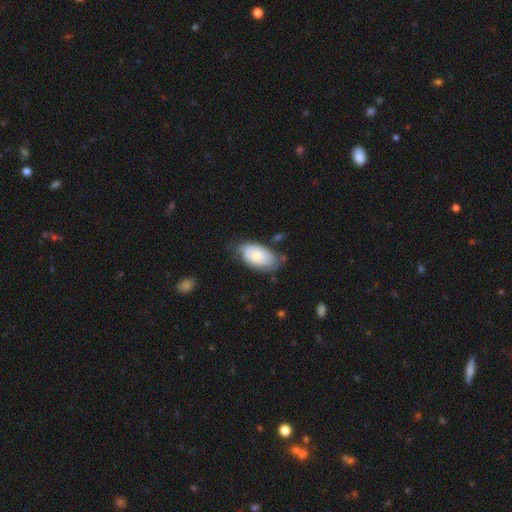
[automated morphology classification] Q: Smooth or featured?
A: smooth (62%); runner-up: featured or disk (32%)
Q: How rounded?
A: in between (94%); runner-up: round (5%)
Q: Merging?
A: none (59%); runner-up: minor disturbance (30%)